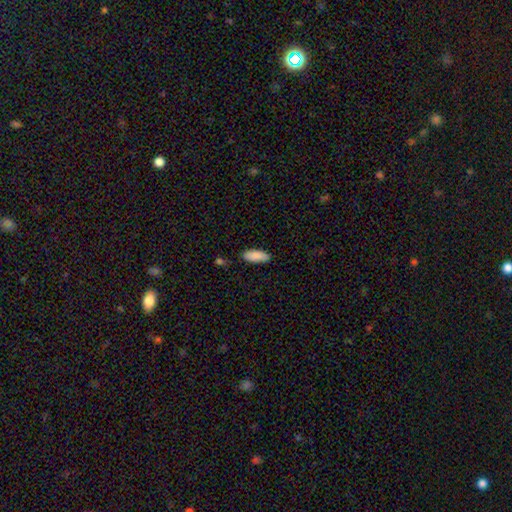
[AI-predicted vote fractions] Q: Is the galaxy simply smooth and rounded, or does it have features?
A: smooth — 89%.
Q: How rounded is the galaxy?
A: in between — 76%.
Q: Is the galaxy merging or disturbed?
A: none — 82%.